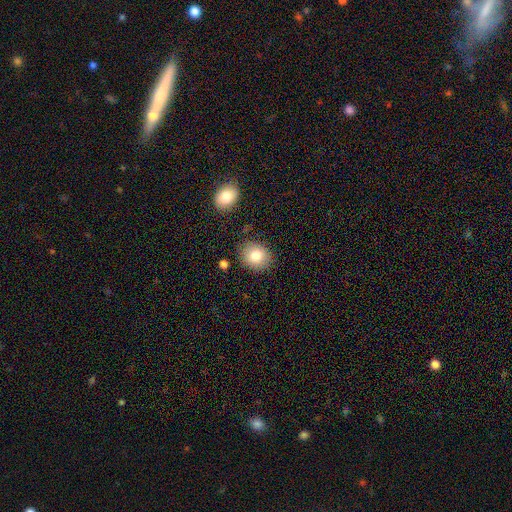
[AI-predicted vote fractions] Q: Smooth or featured?
A: smooth (81%); runner-up: featured or disk (10%)
Q: How rounded?
A: round (69%); runner-up: in between (30%)
Q: Merging?
A: none (84%); runner-up: minor disturbance (11%)